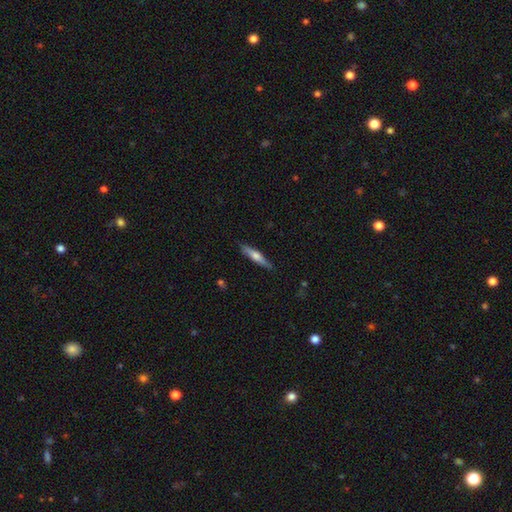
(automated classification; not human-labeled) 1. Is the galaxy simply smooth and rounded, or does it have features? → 48% smooth, 47% featured or disk, 6% star or artifact.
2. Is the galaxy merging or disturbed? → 87% none, 10% minor disturbance, 2% major disturbance, 1% merger.